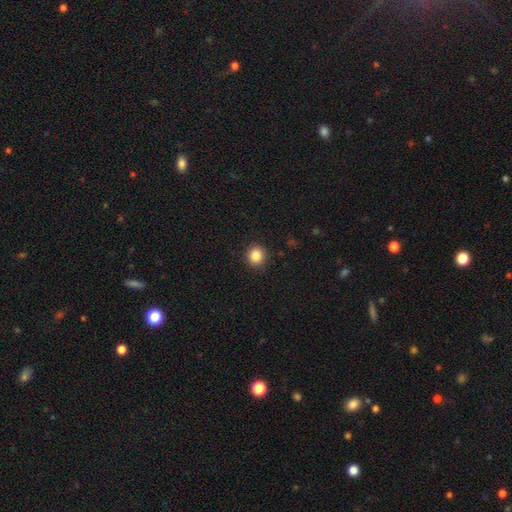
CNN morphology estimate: The model was most divided on "smooth or featured": smooth: 86%, star or artifact: 10%, featured or disk: 4%. More confident: how rounded — round (92%); merging — none (91%).